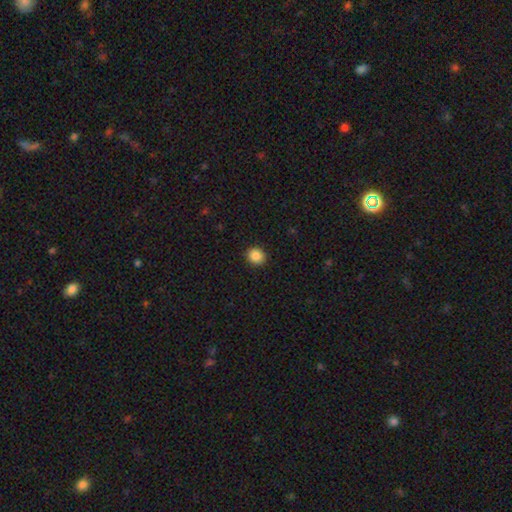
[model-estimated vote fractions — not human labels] A smooth galaxy with no disk features (87%) that is round (80%). Merging: none (92%).